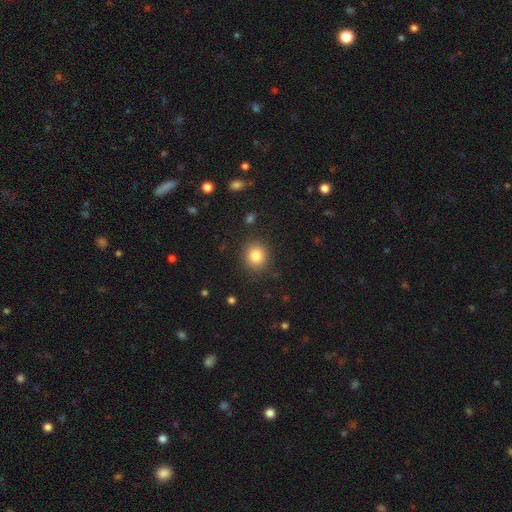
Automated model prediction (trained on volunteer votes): smooth_or_featured: smooth (p=0.83) [alt: star or artifact p=0.11]
how_rounded: round (p=0.81) [alt: in between p=0.18]
merging: none (p=0.88) [alt: minor disturbance p=0.08]